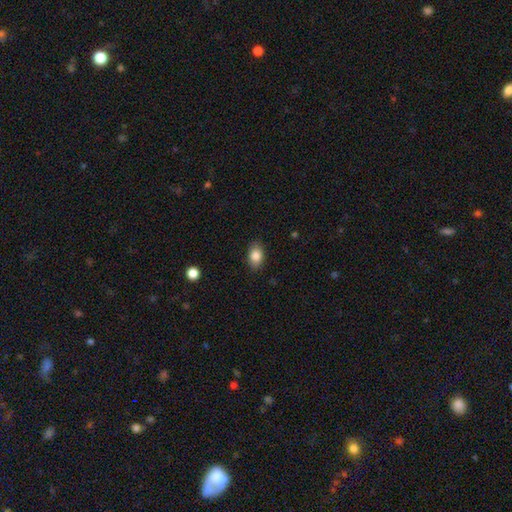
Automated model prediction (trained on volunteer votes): Smooth or featured? smooth (85%)
How rounded? in between (84%)
Merging? none (86%)